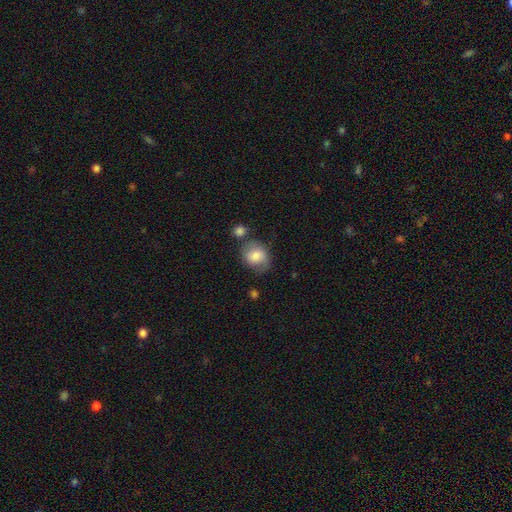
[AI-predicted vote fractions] Overall: smooth (73%). How rounded: round (60%; in between 39%). Merging: none (59%; minor disturbance 22%).